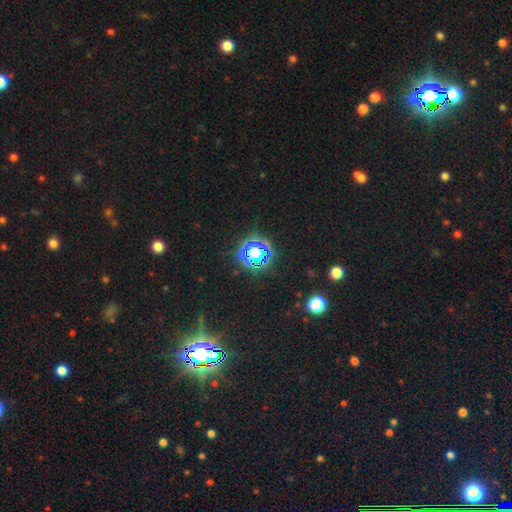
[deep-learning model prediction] smooth-or-featured: star or artifact: 73% | smooth: 18% | featured or disk: 9%